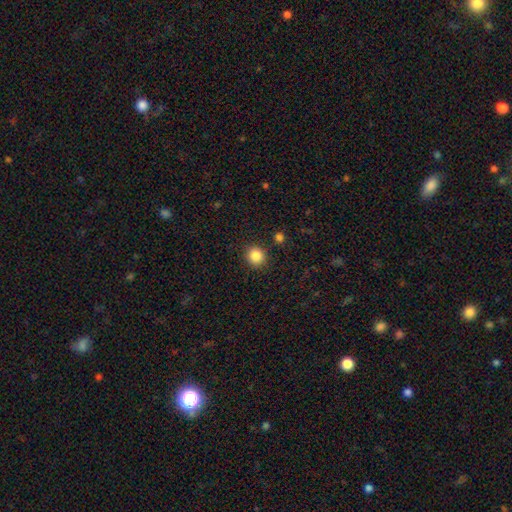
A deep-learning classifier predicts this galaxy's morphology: Overall: smooth (85%). How rounded: round (88%). Merging: none (90%).